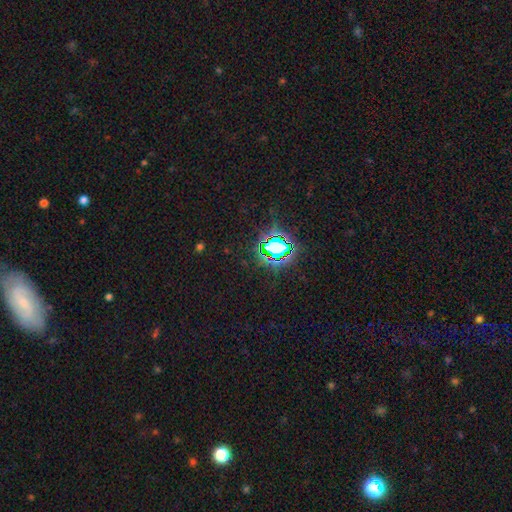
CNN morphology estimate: Smooth or featured? star or artifact (83%)